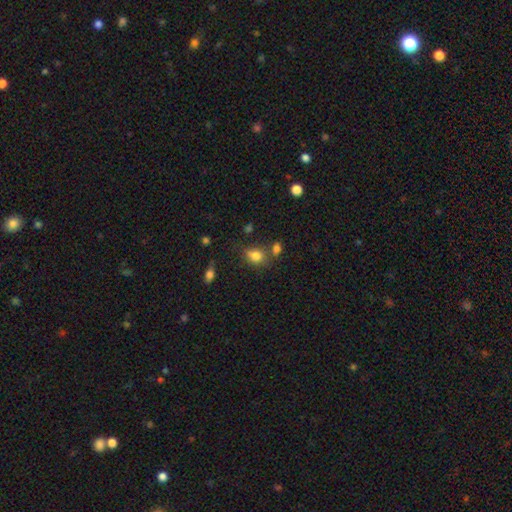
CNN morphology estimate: This is likely a smooth galaxy (80%). How rounded: possibly in between (51%). Merging: possibly none (59%).